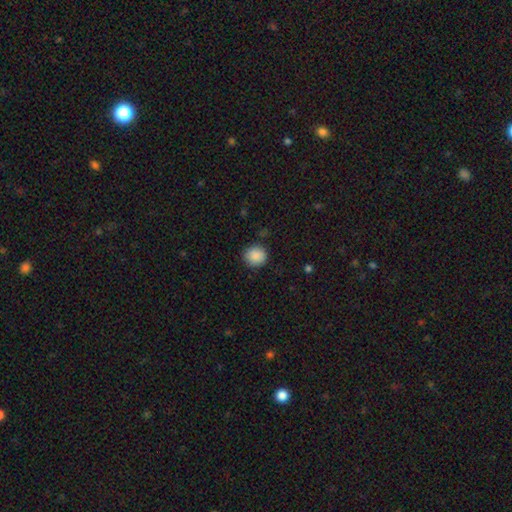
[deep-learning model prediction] Q: Smooth or featured?
A: smooth (88%); runner-up: star or artifact (8%)
Q: How rounded?
A: round (87%); runner-up: in between (12%)
Q: Merging?
A: none (87%); runner-up: minor disturbance (9%)